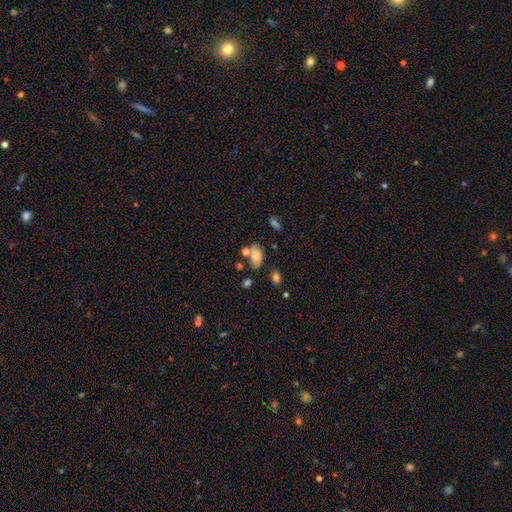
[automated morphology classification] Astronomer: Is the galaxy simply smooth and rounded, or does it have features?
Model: smooth — 74%.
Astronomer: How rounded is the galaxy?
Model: in between — 89%.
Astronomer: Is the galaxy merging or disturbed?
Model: none — 50%.